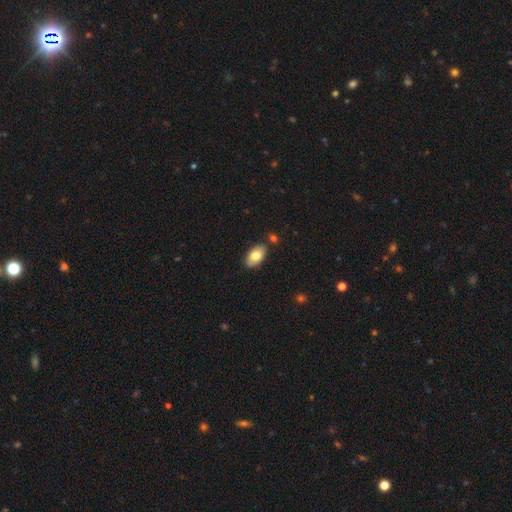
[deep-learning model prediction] Overall: smooth (78%). How rounded: in between (94%). Merging: none (81%).